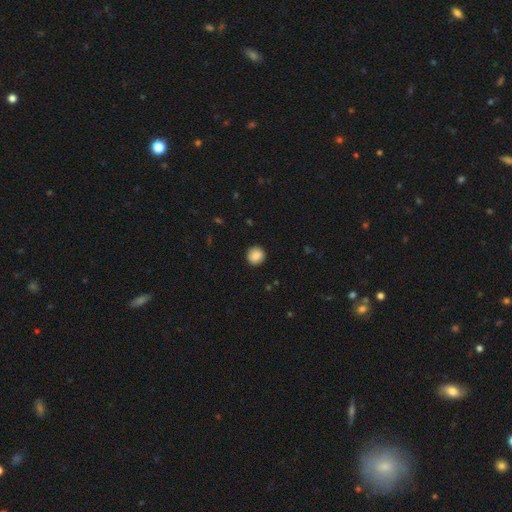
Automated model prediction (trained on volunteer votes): smooth-or-featured: smooth: 86% | star or artifact: 8% | featured or disk: 5%
  how-rounded: round: 93% | in between: 6% | cigar-shaped: 1%
  merging: none: 91% | minor disturbance: 6% | major disturbance: 2% | merger: 1%